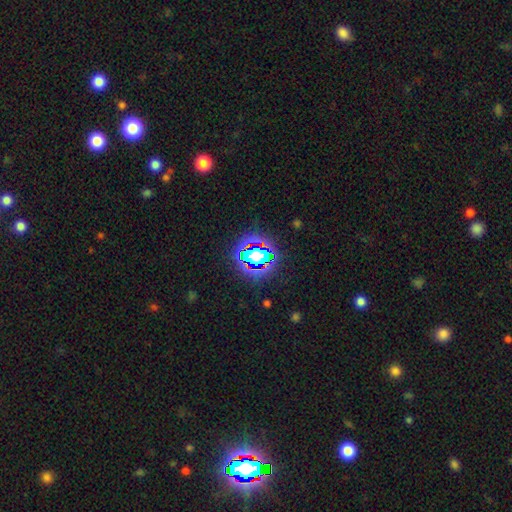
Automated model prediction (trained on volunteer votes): Smooth or featured: star or artifact — 53% (smooth — 33%)